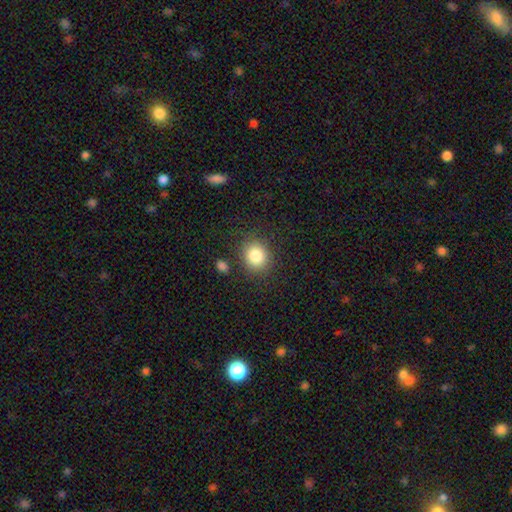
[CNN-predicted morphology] This appears to be a smooth galaxy with no disk features (85%) that is round (70%). Merging: none (82%).